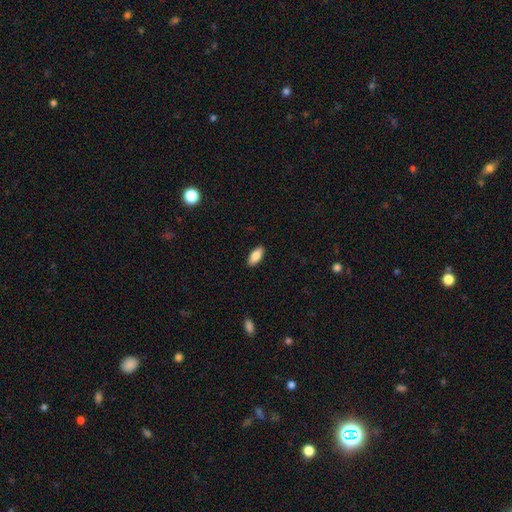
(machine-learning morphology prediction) A smooth galaxy with no disk features (85%) that is in between round and cigar-shaped (88%).

Vote fractions:
- Smooth or featured? smooth: 85% / featured or disk: 9% / star or artifact: 7%
- How rounded? in between: 88% / cigar-shaped: 10% / round: 2%
- Merging? none: 90% / minor disturbance: 8% / major disturbance: 2% / merger: 1%